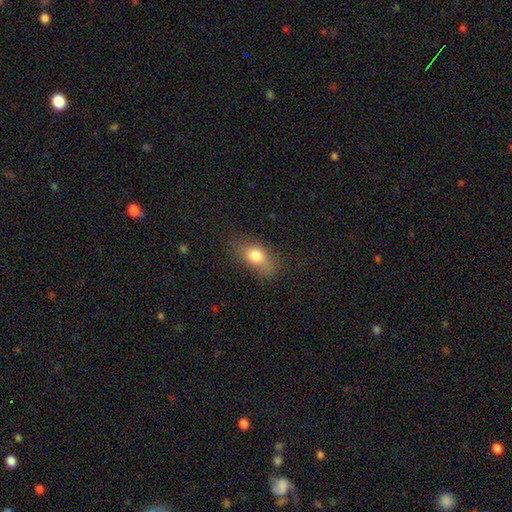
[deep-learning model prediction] Smooth or featured? Predicted: smooth (p=0.77). How rounded? Predicted: in between (p=0.76). Merging? Predicted: none (p=0.63).